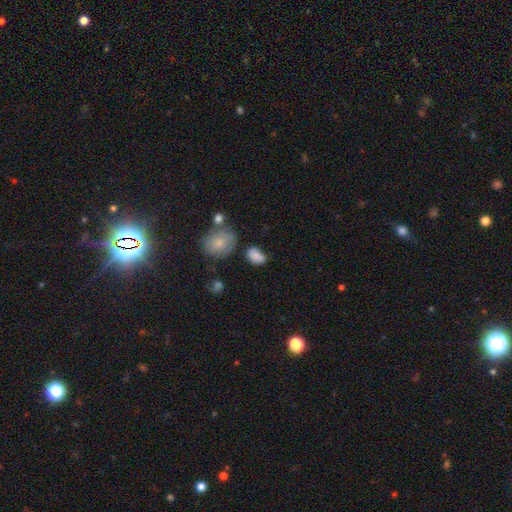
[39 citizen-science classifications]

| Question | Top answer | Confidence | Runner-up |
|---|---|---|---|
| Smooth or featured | smooth | 87% | star or artifact (10%) |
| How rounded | in between | 91% | round (9%) |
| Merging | none | 51% | minor disturbance (31%) |